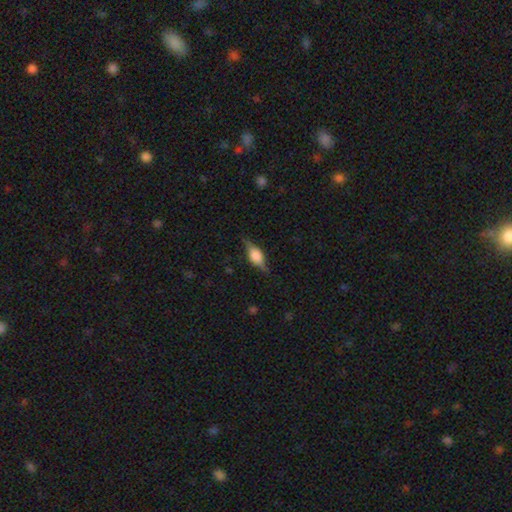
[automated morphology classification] Smooth or featured: featured or disk — 56% (smooth — 36%)
Edge-on disk: yes — 94% (no — 6%)
Edge-on bulge: rounded — 80% (boxy — 18%)
Merging: none — 78% (minor disturbance — 16%)